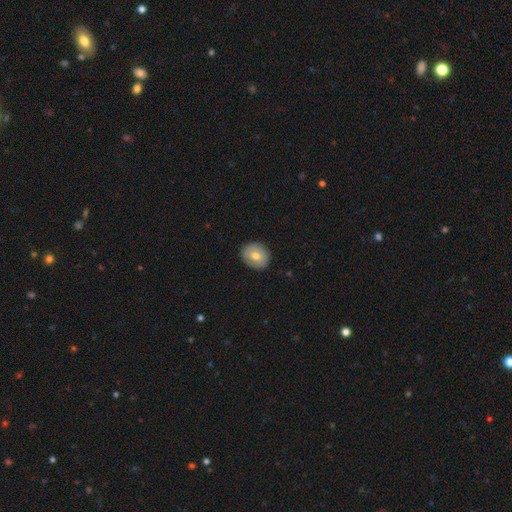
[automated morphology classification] Overall: smooth (70%). How rounded: round (74%). Merging: none (89%).